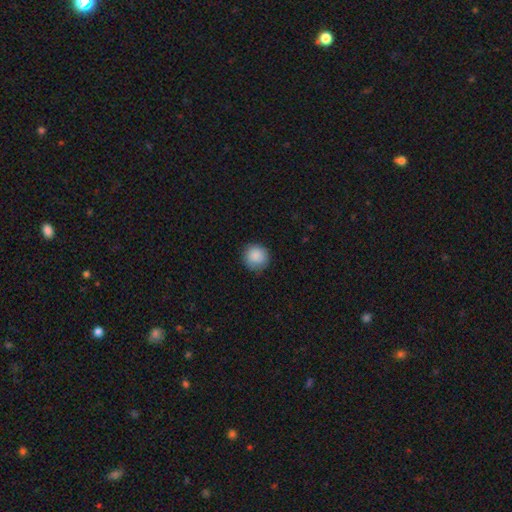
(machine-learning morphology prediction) This is clearly a smooth galaxy (88%). How rounded: clearly round (94%). Merging: clearly none (85%).